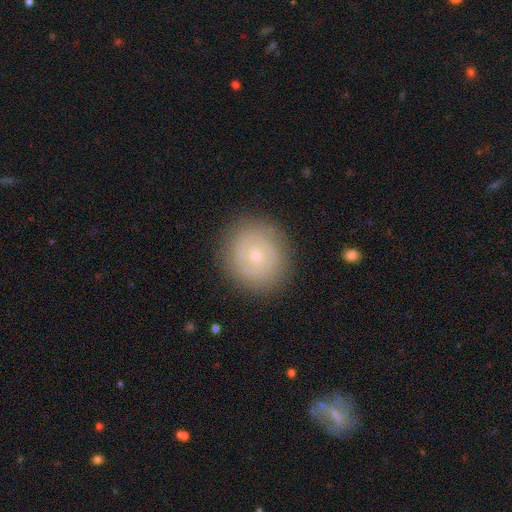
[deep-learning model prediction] smooth 49%, featured or disk 43%, star or artifact 8%. Down the decision tree: merging — none (87%).